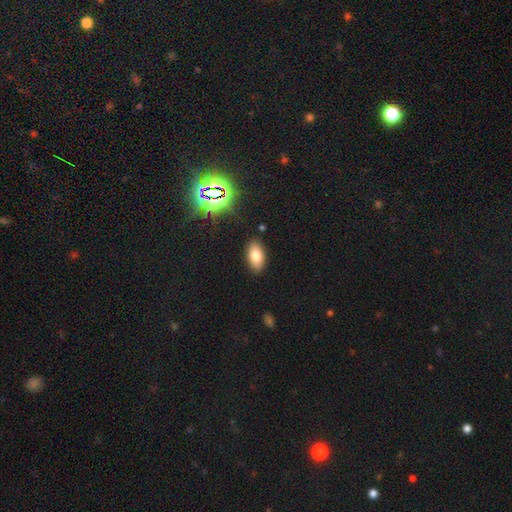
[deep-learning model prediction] A smooth galaxy with no disk features (76%) that is in between round and cigar-shaped (92%).

Vote fractions:
- Smooth or featured? smooth: 76% / featured or disk: 12% / star or artifact: 12%
- How rounded? in between: 92% / round: 4% / cigar-shaped: 4%
- Merging? none: 88% / minor disturbance: 9% / major disturbance: 2% / merger: 1%